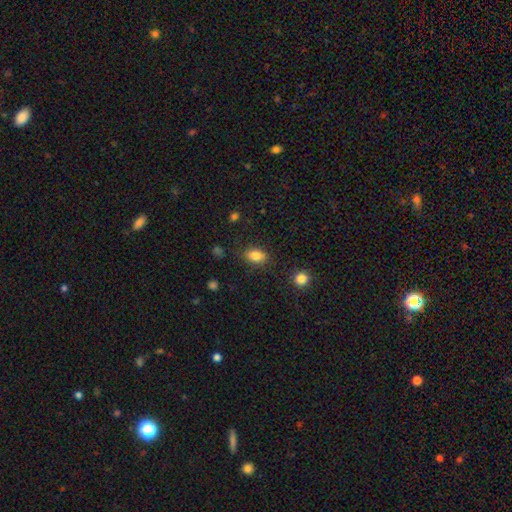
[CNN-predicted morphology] A smooth galaxy with no disk features (83%) that is in between round and cigar-shaped (82%).

Vote fractions:
- Smooth or featured? smooth: 83% / star or artifact: 10% / featured or disk: 7%
- How rounded? in between: 82% / round: 16% / cigar-shaped: 2%
- Merging? none: 82% / minor disturbance: 13% / major disturbance: 4% / merger: 2%